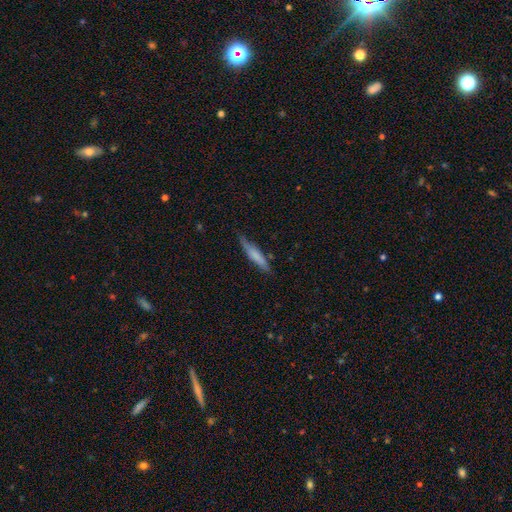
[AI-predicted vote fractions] This is likely a smooth galaxy (68%). How rounded: clearly cigar-shaped (88%). Merging: likely none (74%).